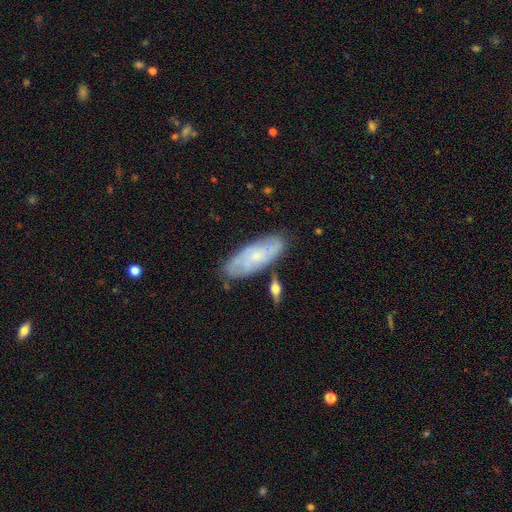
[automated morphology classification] Smooth or featured? Predicted: smooth (p=0.46, tied with featured or disk). Merging? Predicted: none (p=0.75).